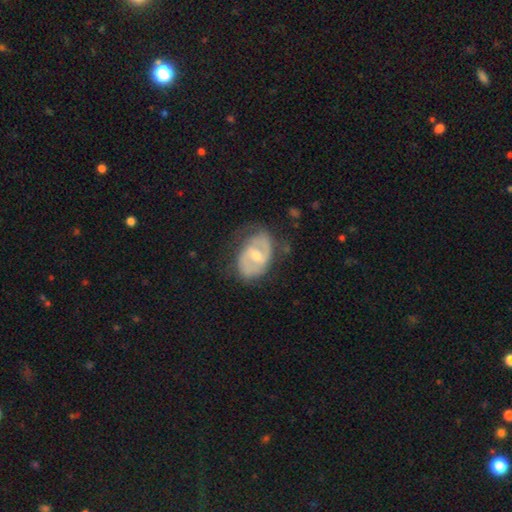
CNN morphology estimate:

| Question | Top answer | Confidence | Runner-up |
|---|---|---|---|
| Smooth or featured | featured or disk | 70% | smooth (24%) |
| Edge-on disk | no | 96% | yes (4%) |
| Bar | weak | 46% | no (38%) |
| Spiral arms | yes | 71% | no (29%) |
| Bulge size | moderate | 65% | small (30%) |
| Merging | none | 61% | minor disturbance (26%) |